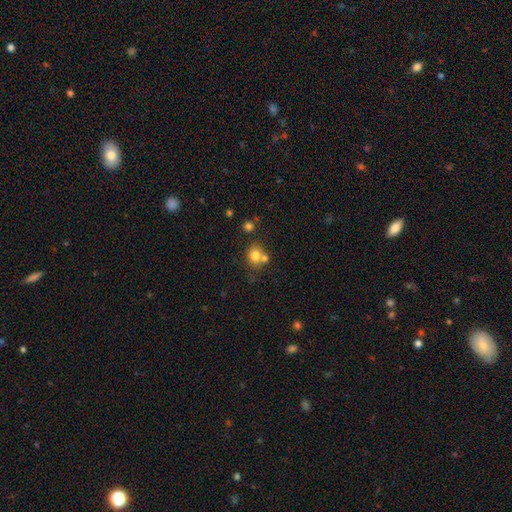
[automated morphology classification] The model was most divided on "merging": none: 51%, merger: 34%, minor disturbance: 11%, major disturbance: 4%. More confident: smooth or featured — smooth (77%); how rounded — round (74%).